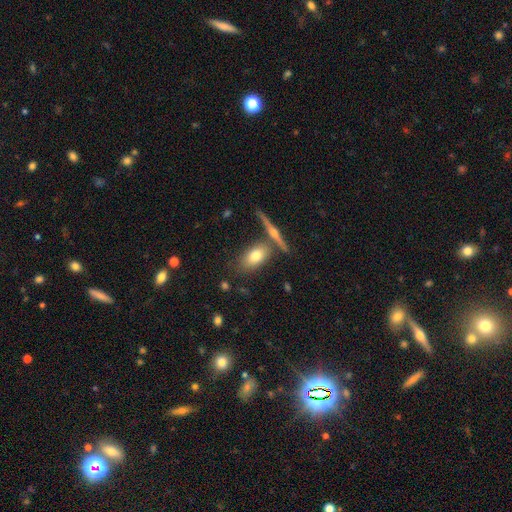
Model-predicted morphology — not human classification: This is likely a smooth galaxy (68%). How rounded: clearly in between (84%). Merging: likely none (64%).